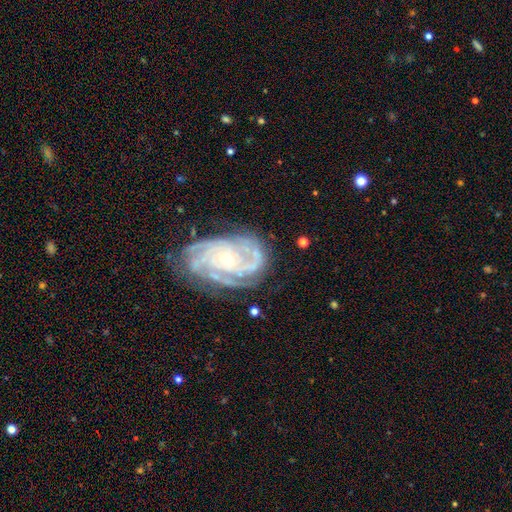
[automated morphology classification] smooth-or-featured: featured or disk: 88% | smooth: 6% | star or artifact: 6%
  disk-edge-on: no: 97% | yes: 3%
    bar: no: 69% | weak: 23% | strong: 7%
    has-spiral-arms: yes: 97% | no: 3%
      spiral-winding: tight: 68% | medium: 27% | loose: 5%
      spiral-arm-count: 3: 27% | can't tell: 22% | 4: 19% | 2: 17% | more than 4: 8% | 1: 7%
    bulge-size: small: 71% | moderate: 25% | none: 2% | large: 2% | dominant: 1%
  merging: none: 68% | minor disturbance: 20% | major disturbance: 10% | merger: 3%